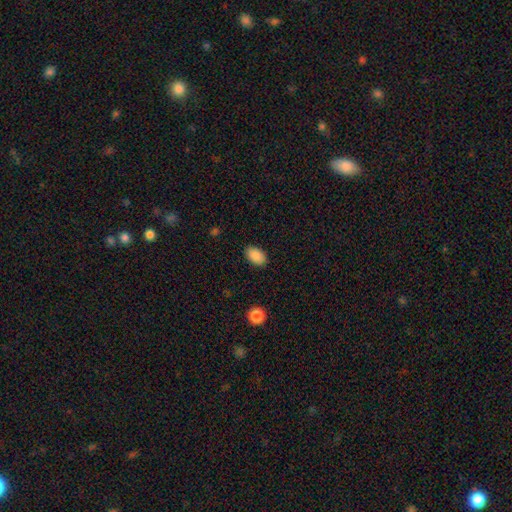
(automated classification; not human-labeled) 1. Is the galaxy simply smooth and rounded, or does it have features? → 89% smooth, 8% star or artifact, 4% featured or disk.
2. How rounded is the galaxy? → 91% in between, 8% round, 1% cigar-shaped.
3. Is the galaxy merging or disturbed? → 88% none, 8% minor disturbance, 2% major disturbance, 1% merger.